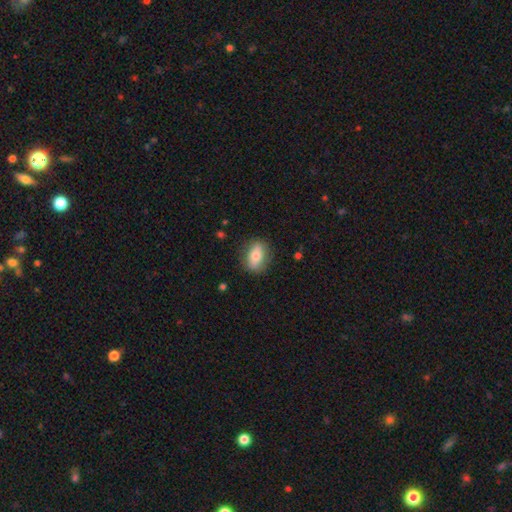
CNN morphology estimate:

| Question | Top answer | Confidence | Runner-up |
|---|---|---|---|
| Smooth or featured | smooth | 71% | featured or disk (22%) |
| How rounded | in between | 80% | round (14%) |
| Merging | none | 82% | minor disturbance (13%) |